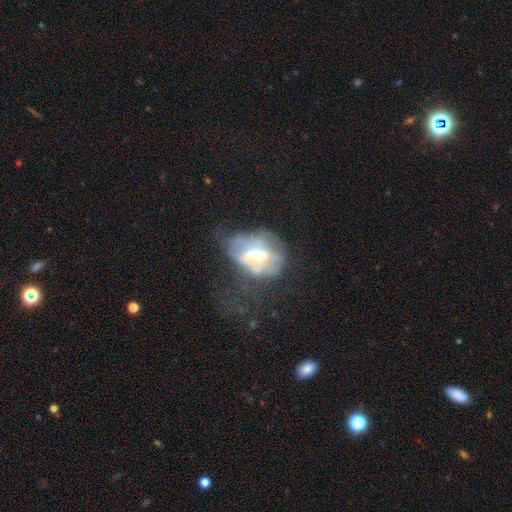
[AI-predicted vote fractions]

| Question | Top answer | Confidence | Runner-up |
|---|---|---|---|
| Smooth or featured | featured or disk | 58% | smooth (31%) |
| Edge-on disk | no | 93% | yes (7%) |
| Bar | no | 40% | weak (33%) |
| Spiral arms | no | 78% | yes (22%) |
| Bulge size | moderate | 49% | large (22%) |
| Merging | major disturbance | 37% | none (30%) |